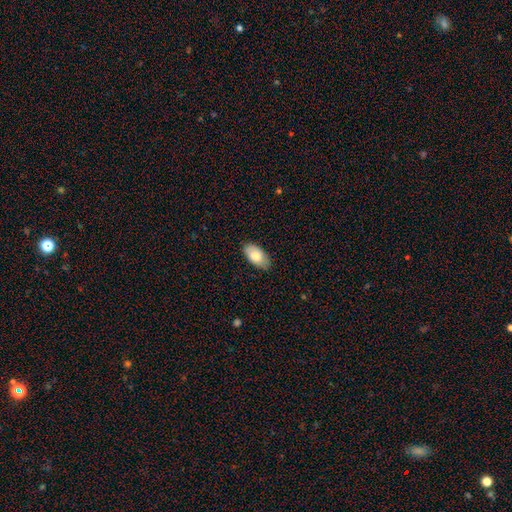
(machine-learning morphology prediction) Q: Smooth or featured?
A: smooth (79%); runner-up: featured or disk (15%)
Q: How rounded?
A: in between (95%); runner-up: round (3%)
Q: Merging?
A: none (84%); runner-up: minor disturbance (12%)